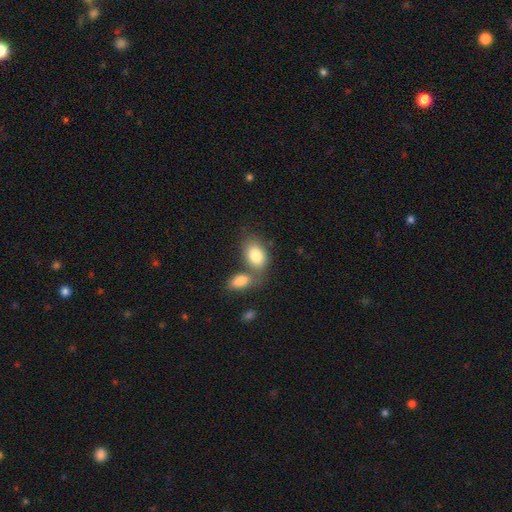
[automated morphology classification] Smooth or featured: smooth — 82% (featured or disk — 11%)
How rounded: in between — 87% (round — 12%)
Merging: none — 45% (merger — 41%)